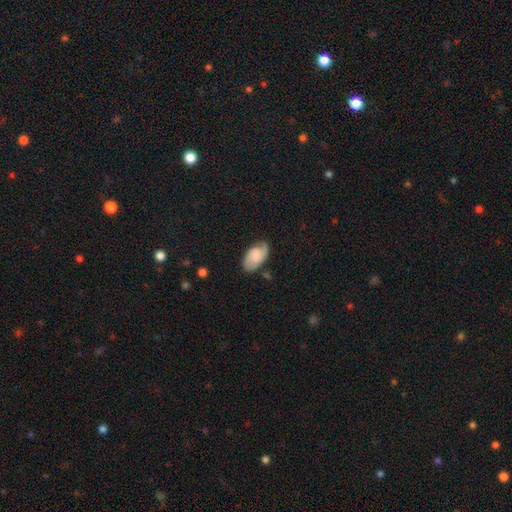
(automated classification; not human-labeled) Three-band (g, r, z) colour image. It shows a smooth galaxy with no disk features (47%). Merging: none (68%).